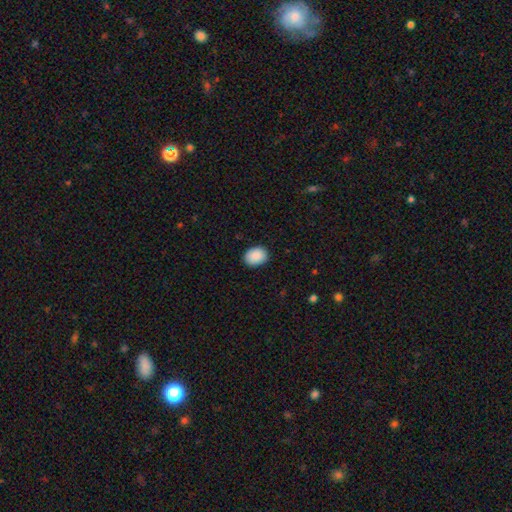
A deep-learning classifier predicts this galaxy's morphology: Q: Smooth or featured?
A: smooth (90%); runner-up: star or artifact (7%)
Q: How rounded?
A: in between (63%); runner-up: round (36%)
Q: Merging?
A: none (88%); runner-up: minor disturbance (9%)